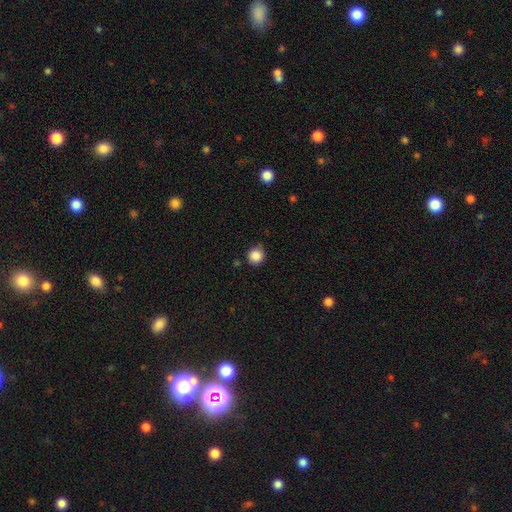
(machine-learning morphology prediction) smooth_or_featured: smooth (p=0.87) [alt: star or artifact p=0.10]
how_rounded: round (p=0.92) [alt: in between p=0.07]
merging: none (p=0.76) [alt: minor disturbance p=0.18]